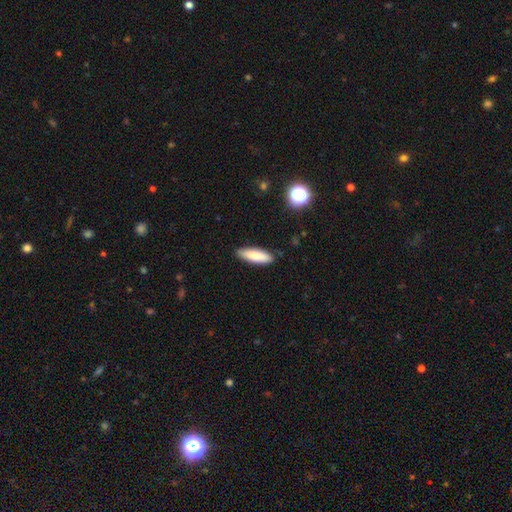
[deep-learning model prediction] A smooth galaxy with no disk features (81%) that is cigar-shaped (54%).

Vote fractions:
- Smooth or featured? smooth: 81% / featured or disk: 13% / star or artifact: 6%
- How rounded? cigar-shaped: 54% / in between: 44% / round: 2%
- Merging? none: 87% / minor disturbance: 10% / major disturbance: 2% / merger: 1%